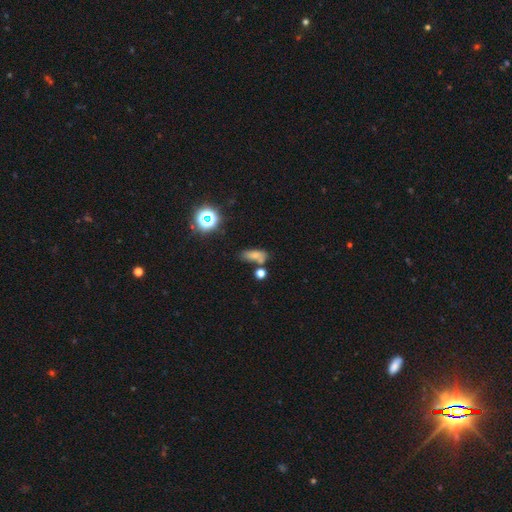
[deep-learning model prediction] Smooth or featured? Predicted: smooth (p=0.68). How rounded? Predicted: in between (p=0.68). Merging? Predicted: none (p=0.54).